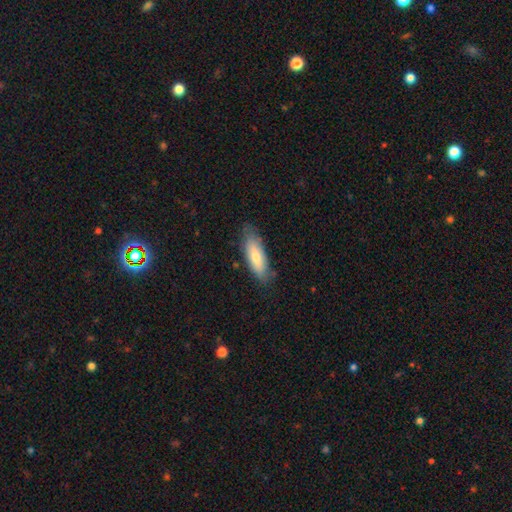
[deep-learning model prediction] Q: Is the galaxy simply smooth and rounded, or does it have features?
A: smooth — 68%.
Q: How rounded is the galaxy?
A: in between — 56%.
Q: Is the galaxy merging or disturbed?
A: none — 80%.